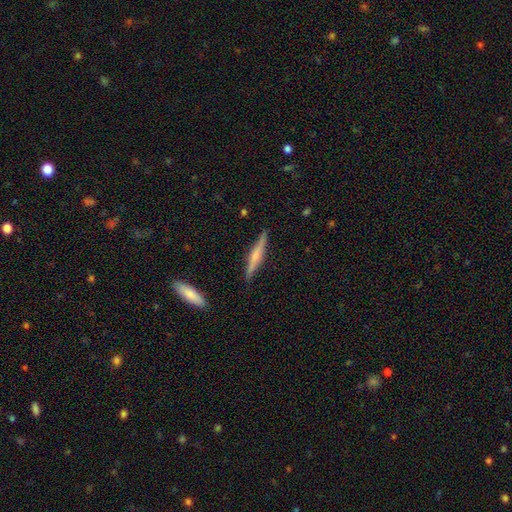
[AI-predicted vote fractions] The model was most divided on "smooth or featured": featured or disk: 56%, smooth: 38%, star or artifact: 6%. More confident: edge-on disk — yes (97%); merging — none (87%); edge-on bulge — rounded (58%).